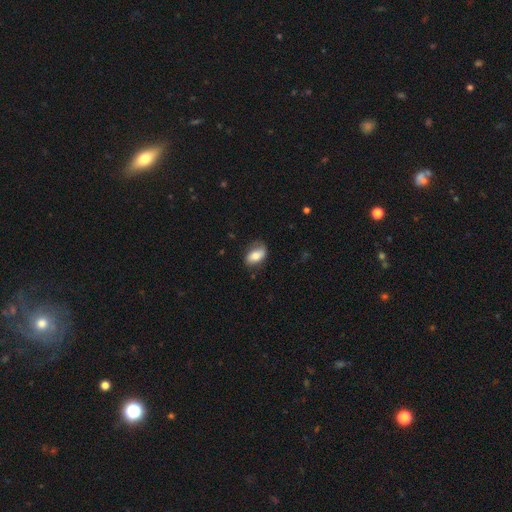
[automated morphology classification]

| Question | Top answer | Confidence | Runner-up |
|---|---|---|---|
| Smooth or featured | smooth | 70% | featured or disk (23%) |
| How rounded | in between | 90% | round (7%) |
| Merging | none | 68% | minor disturbance (24%) |